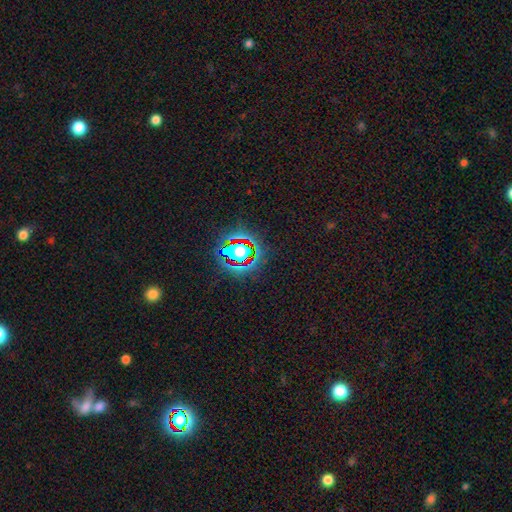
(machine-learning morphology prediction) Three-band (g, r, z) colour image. It shows a star or artifact, not a galaxy (79%).